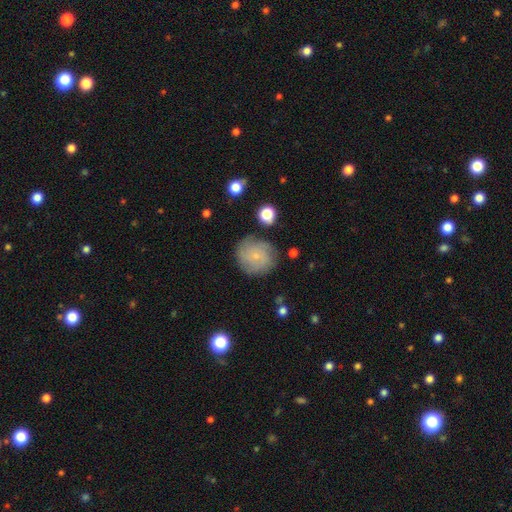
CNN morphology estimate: smooth_or_featured: smooth (p=0.49) [alt: featured or disk p=0.41]
merging: none (p=0.75) [alt: minor disturbance p=0.17]